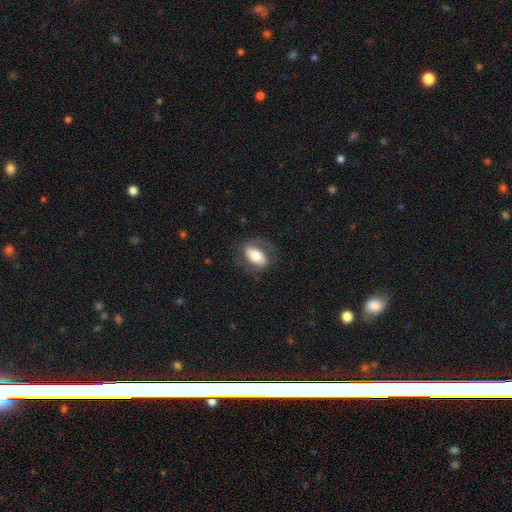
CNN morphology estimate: A smooth galaxy with no disk features (57%) that is in between round and cigar-shaped (88%).

Vote fractions:
- Smooth or featured? smooth: 57% / featured or disk: 37% / star or artifact: 7%
- How rounded? in between: 88% / round: 9% / cigar-shaped: 3%
- Merging? none: 69% / minor disturbance: 18% / major disturbance: 12% / merger: 1%